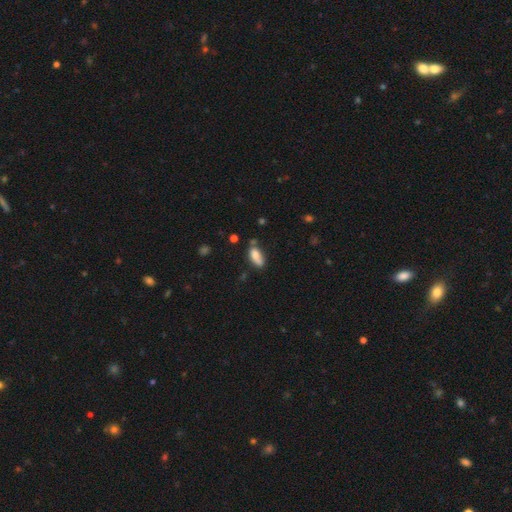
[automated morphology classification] This is likely a smooth galaxy (76%). How rounded: clearly in between (83%). Merging: possibly none (46%).